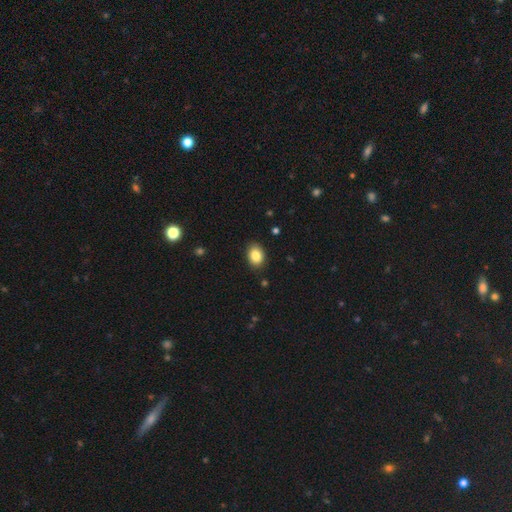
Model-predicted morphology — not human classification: Overall: smooth (86%). How rounded: in between (75%). Merging: none (87%).